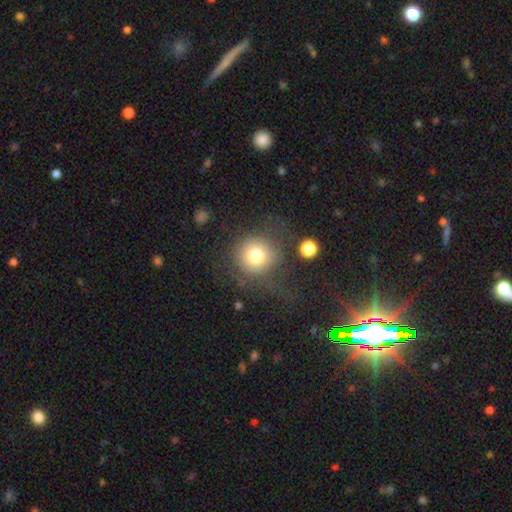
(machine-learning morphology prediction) Smooth or featured: smooth — 73% (featured or disk — 14%)
How rounded: round — 92% (in between — 7%)
Merging: none — 66% (major disturbance — 17%)